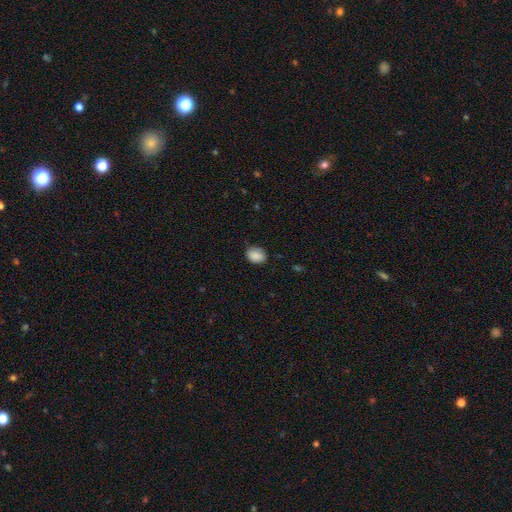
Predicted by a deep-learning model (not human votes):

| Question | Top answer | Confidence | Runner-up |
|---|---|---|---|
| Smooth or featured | smooth | 88% | star or artifact (7%) |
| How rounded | in between | 66% | round (33%) |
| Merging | none | 72% | minor disturbance (23%) |